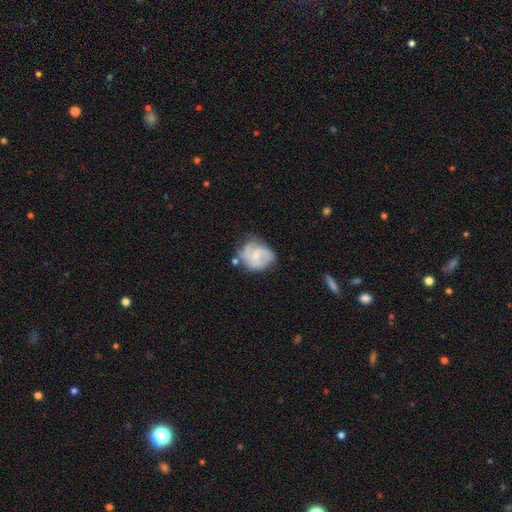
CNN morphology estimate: This appears to be a featured or disk galaxy (67%) with no bar (56%), 2 (35%) medium (46%) spiral arms (89%) and a small central bulge (47%). Merging: none (56%).